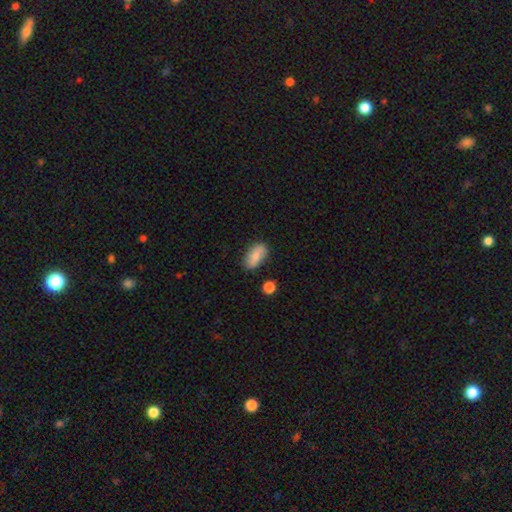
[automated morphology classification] Smooth or featured? Predicted: smooth (p=0.76). How rounded? Predicted: in between (p=0.90). Merging? Predicted: none (p=0.77).